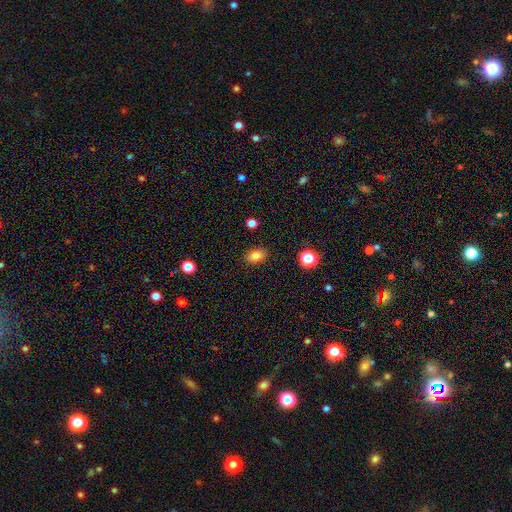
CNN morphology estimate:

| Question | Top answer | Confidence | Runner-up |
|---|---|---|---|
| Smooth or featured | smooth | 84% | star or artifact (10%) |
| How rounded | in between | 83% | round (15%) |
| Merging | none | 87% | minor disturbance (9%) |